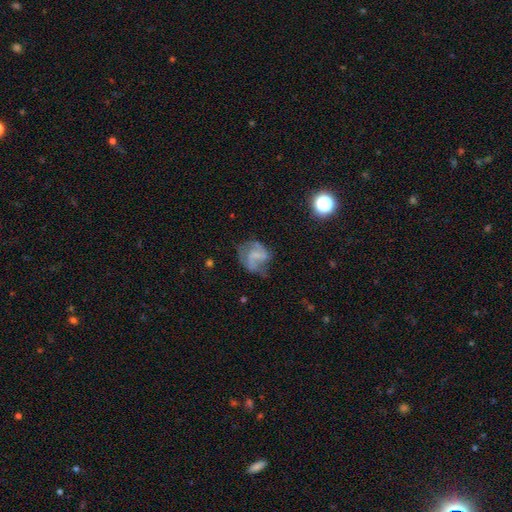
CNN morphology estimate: Q: Smooth or featured?
A: featured or disk (65%); runner-up: smooth (26%)
Q: Edge-on disk?
A: no (98%); runner-up: yes (2%)
Q: Bar?
A: weak (42%); runner-up: no (40%)
Q: Spiral arms?
A: yes (78%); runner-up: no (22%)
Q: Bulge size?
A: none (56%); runner-up: small (28%)
Q: Merging?
A: none (42%); runner-up: major disturbance (29%)